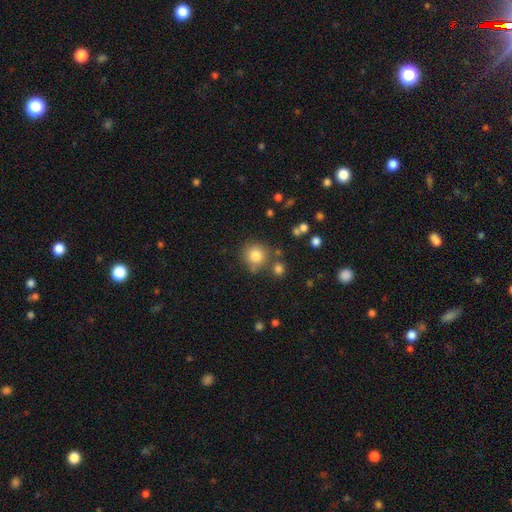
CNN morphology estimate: Smooth or featured? smooth (81%)
How rounded? round (92%)
Merging? none (73%)